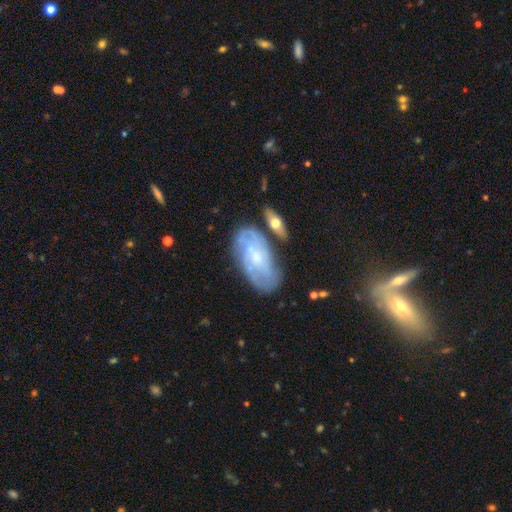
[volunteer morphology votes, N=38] featured or disk 68%, smooth 29%, star or artifact 3%. Down the decision tree: edge-on disk — no (92%); bar — no (62%); spiral arms — yes (88%); spiral arm count — 2 (57%); spiral winding — medium (48%); bulge size — small (54%); merging — none (68%).